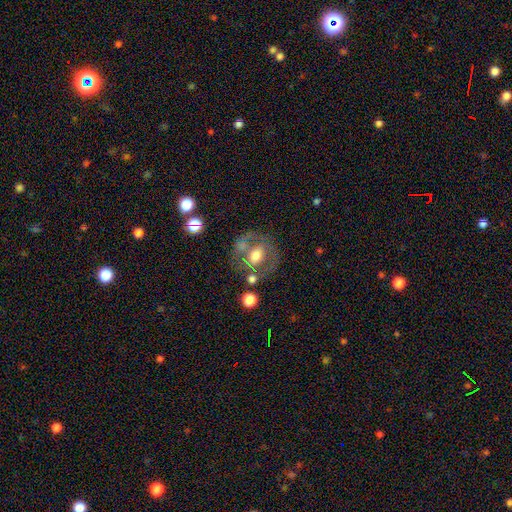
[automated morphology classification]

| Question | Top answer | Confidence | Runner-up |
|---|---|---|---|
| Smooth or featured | featured or disk | 54% | smooth (37%) |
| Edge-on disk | no | 95% | yes (5%) |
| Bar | no | 57% | weak (29%) |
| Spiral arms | no | 63% | yes (37%) |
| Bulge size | moderate | 62% | large (24%) |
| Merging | none | 60% | minor disturbance (17%) |